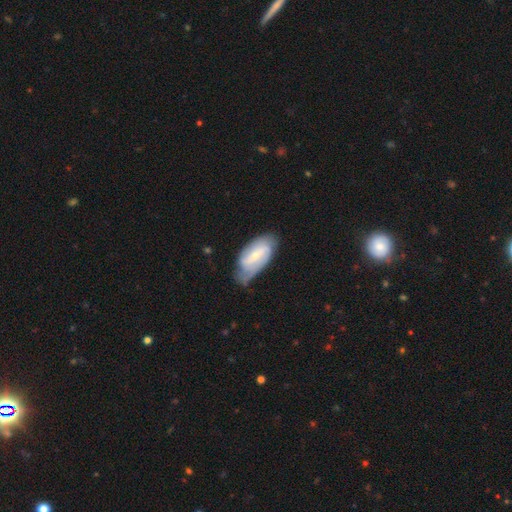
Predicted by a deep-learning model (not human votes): Q: Smooth or featured?
A: featured or disk (71%); runner-up: smooth (23%)
Q: Edge-on disk?
A: no (94%); runner-up: yes (6%)
Q: Bar?
A: weak (42%); runner-up: strong (32%)
Q: Spiral arms?
A: yes (84%); runner-up: no (16%)
Q: Spiral winding?
A: medium (39%); runner-up: tight (35%)
Q: Spiral arm count?
A: 2 (61%); runner-up: can't tell (23%)
Q: Bulge size?
A: small (65%); runner-up: moderate (32%)
Q: Merging?
A: none (60%); runner-up: minor disturbance (29%)